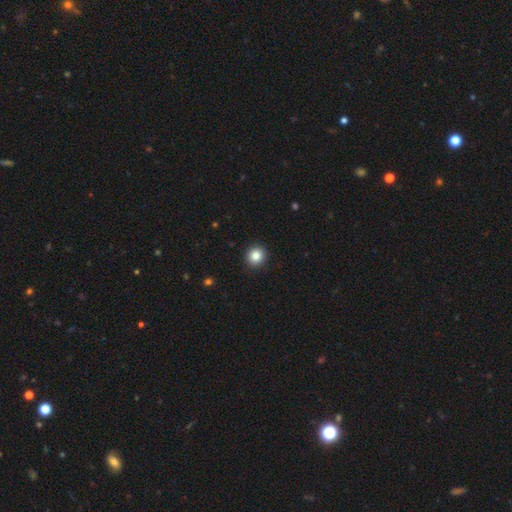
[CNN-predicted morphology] smooth-or-featured: smooth: 85% | star or artifact: 10% | featured or disk: 5%
  how-rounded: round: 89% | in between: 11% | cigar-shaped: 1%
  merging: none: 92% | minor disturbance: 5% | major disturbance: 2% | merger: 1%